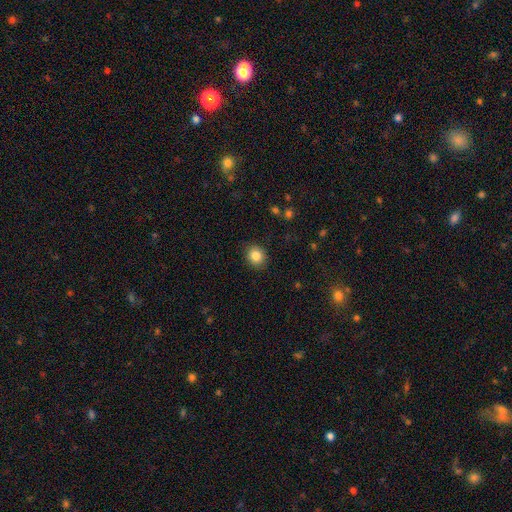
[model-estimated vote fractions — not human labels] smooth 84%, star or artifact 9%, featured or disk 6%. Down the decision tree: how rounded — round (71%); merging — none (90%).